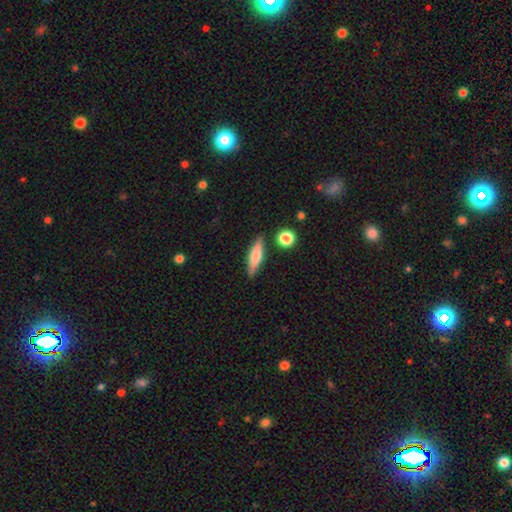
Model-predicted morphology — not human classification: Q: Smooth or featured?
A: smooth (59%); runner-up: featured or disk (34%)
Q: How rounded?
A: cigar-shaped (64%); runner-up: in between (33%)
Q: Merging?
A: none (85%); runner-up: minor disturbance (9%)